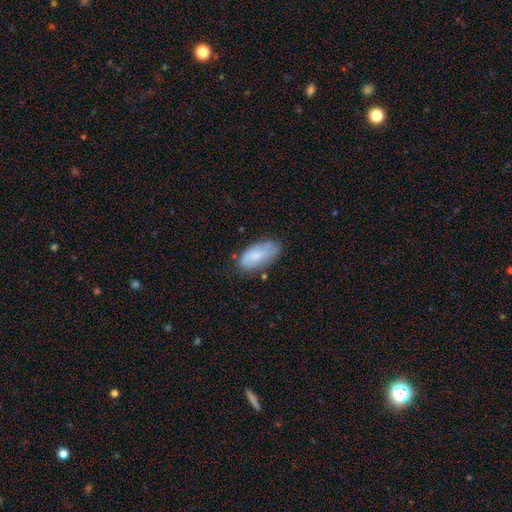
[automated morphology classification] smooth_or_featured: smooth (p=0.66) [alt: featured or disk p=0.27]
how_rounded: in between (p=0.91) [alt: cigar-shaped p=0.06]
merging: none (p=0.66) [alt: minor disturbance p=0.25]